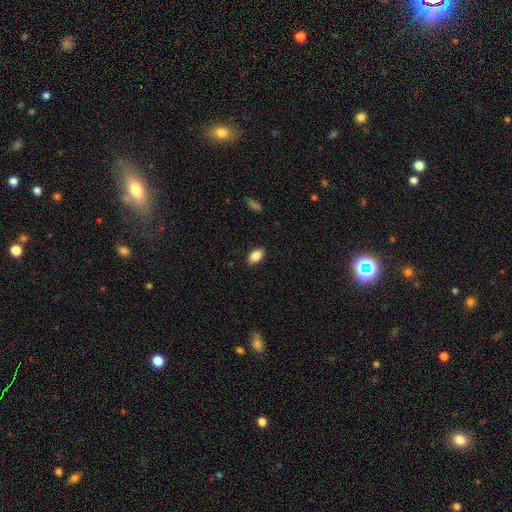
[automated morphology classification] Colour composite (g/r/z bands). It shows a smooth galaxy with no disk features (86%) that is in between round and cigar-shaped (92%). Merging: none (88%).